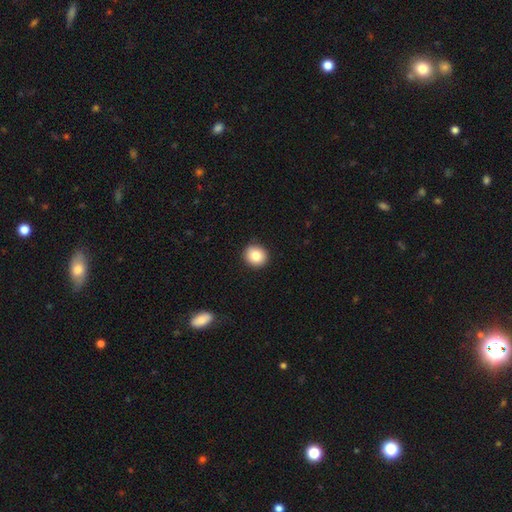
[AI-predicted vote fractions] Smooth or featured? Predicted: smooth (p=0.83). How rounded? Predicted: round (p=0.85). Merging? Predicted: none (p=0.91).